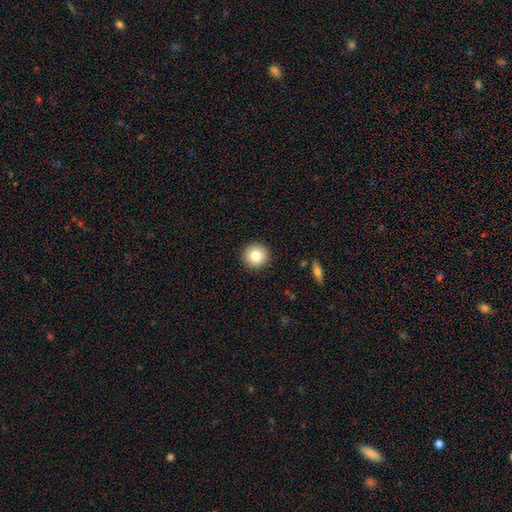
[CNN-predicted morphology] type=smooth (81%); roundness=round (95%); merging=none (92%).